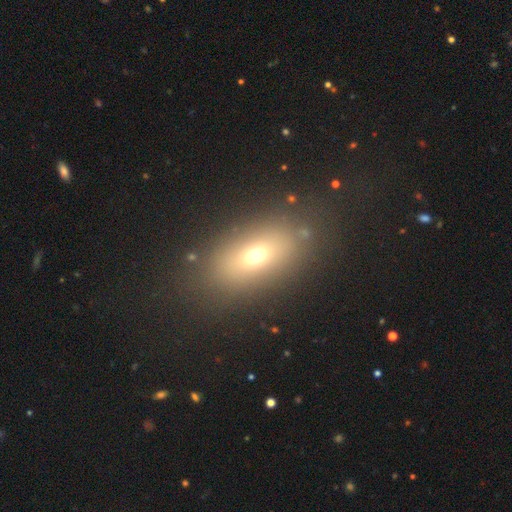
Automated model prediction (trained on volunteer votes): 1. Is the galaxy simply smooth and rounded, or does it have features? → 63% smooth, 19% featured or disk, 19% star or artifact.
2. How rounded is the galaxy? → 77% in between, 14% round, 10% cigar-shaped.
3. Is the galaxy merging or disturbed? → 81% none, 10% minor disturbance, 7% major disturbance, 3% merger.